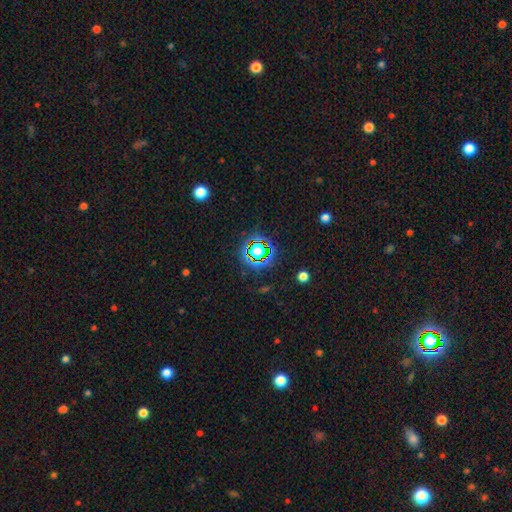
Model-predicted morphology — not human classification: This is likely a star or artifact rather than a galaxy (76%).